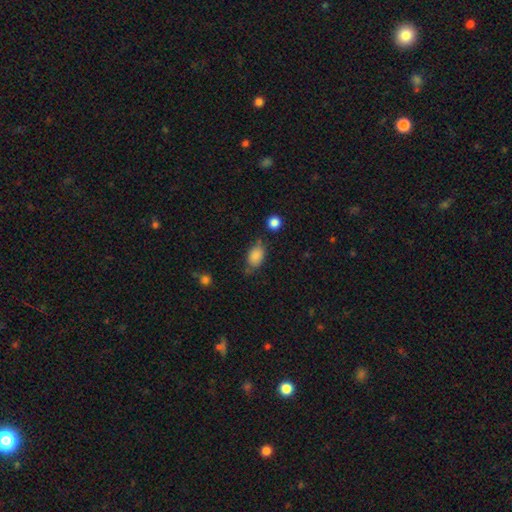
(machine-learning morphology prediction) Smooth or featured?
  - smooth: 85% *
  - star or artifact: 9%
  - featured or disk: 6%
How rounded?
  - in between: 85% *
  - round: 14%
  - cigar-shaped: 2%
Merging?
  - none: 64% *
  - minor disturbance: 23%
  - merger: 7%
  - major disturbance: 6%